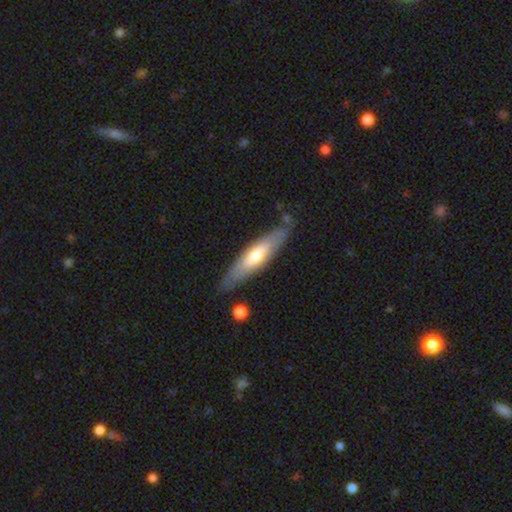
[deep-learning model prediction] Morphology: type=smooth (50%); merging=none (80%).